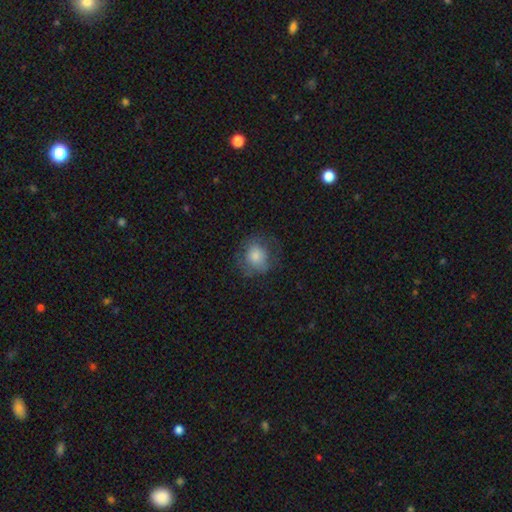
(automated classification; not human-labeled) This appears to be a smooth galaxy with no disk features (71%) that is round (74%). Merging: none (67%).